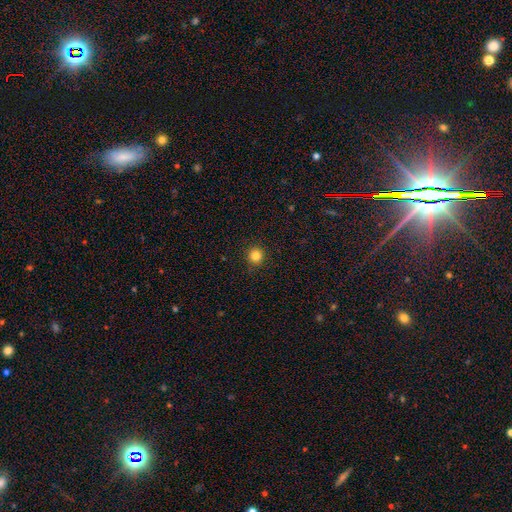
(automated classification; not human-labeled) Smooth or featured? Predicted: smooth (p=0.84). How rounded? Predicted: round (p=0.92). Merging? Predicted: none (p=0.90).